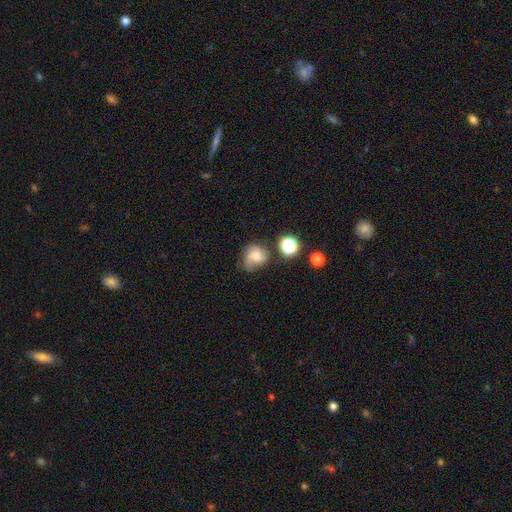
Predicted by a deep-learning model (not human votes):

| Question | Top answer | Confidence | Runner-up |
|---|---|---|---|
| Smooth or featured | smooth | 47% | featured or disk (40%) |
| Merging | none | 52% | minor disturbance (27%) |